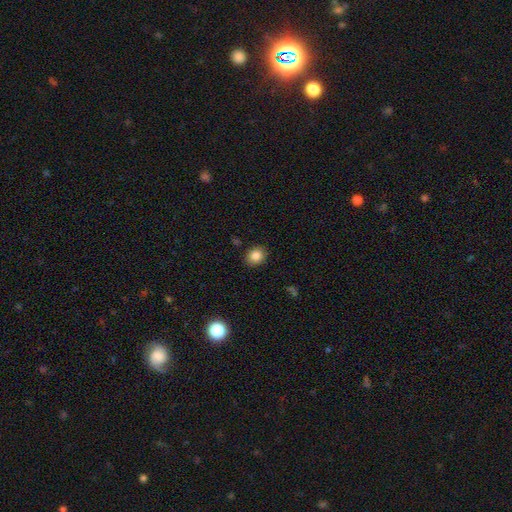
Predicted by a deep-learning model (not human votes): Morphology: type=smooth (84%); roundness=round (64%); merging=none (87%).